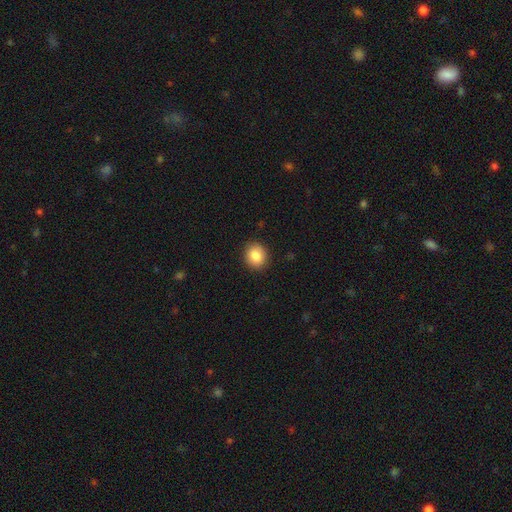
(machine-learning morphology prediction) Smooth or featured? Predicted: smooth (p=0.86). How rounded? Predicted: round (p=0.75). Merging? Predicted: none (p=0.90).